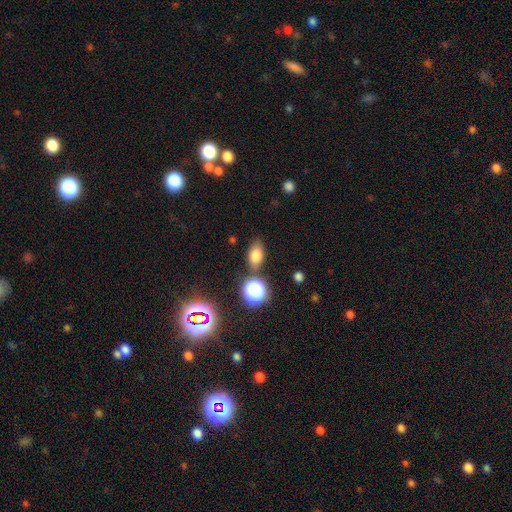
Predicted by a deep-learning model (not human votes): smooth_or_featured: smooth (p=0.74) [alt: star or artifact p=0.16]
how_rounded: in between (p=0.82) [alt: round p=0.15]
merging: none (p=0.74) [alt: minor disturbance p=0.15]